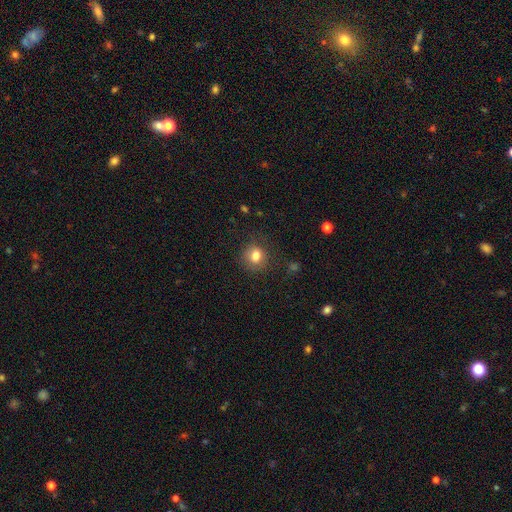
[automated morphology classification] type=smooth (81%); roundness=round (80%); merging=none (82%).